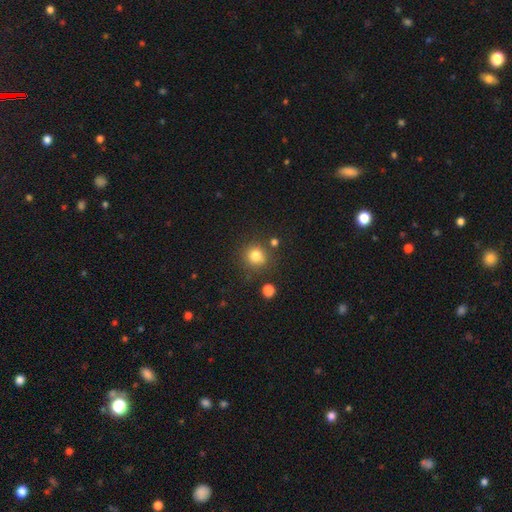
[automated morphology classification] smooth 79%, star or artifact 13%, featured or disk 7%. Down the decision tree: how rounded — round (90%); merging — none (78%).